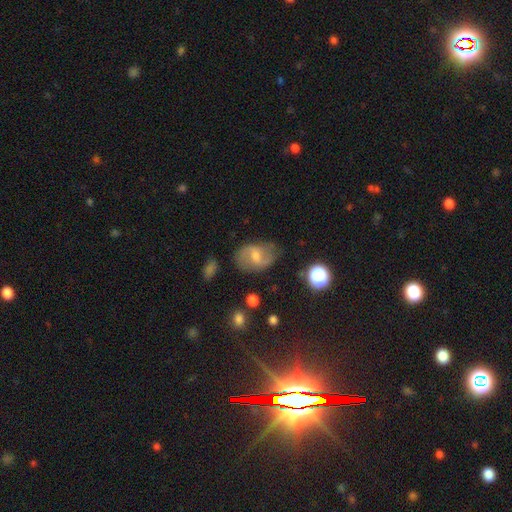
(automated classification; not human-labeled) Smooth or featured?
  - featured or disk: 59% *
  - smooth: 32%
  - star or artifact: 9%
Edge-on disk?
  - no: 97% *
  - yes: 3%
Bar?
  - weak: 56% *
  - no: 23%
  - strong: 21%
Spiral arms?
  - yes: 82% *
  - no: 18%
Bulge size?
  - moderate: 44% *
  - small: 39%
  - none: 11%
  - large: 5%
  - dominant: 1%
Merging?
  - none: 70% *
  - minor disturbance: 20%
  - major disturbance: 8%
  - merger: 2%